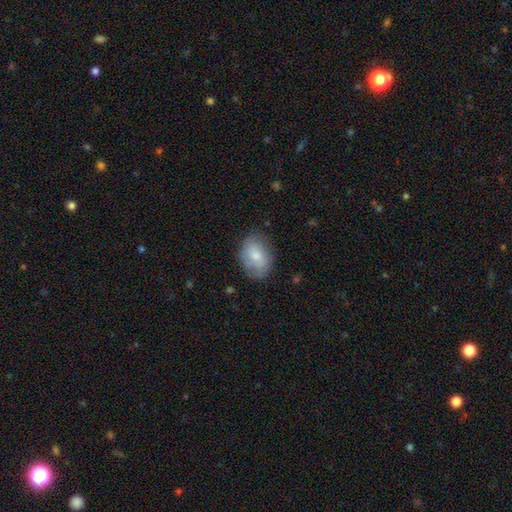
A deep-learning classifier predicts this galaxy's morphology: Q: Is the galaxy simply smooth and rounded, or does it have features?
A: smooth — 69%.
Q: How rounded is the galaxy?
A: in between — 73%.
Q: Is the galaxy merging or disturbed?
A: none — 70%.